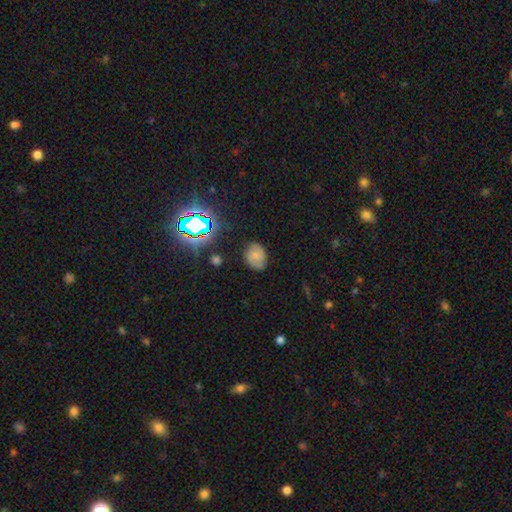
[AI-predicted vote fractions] This is likely a smooth galaxy (61%). How rounded: likely in between (66%). Merging: likely none (75%).